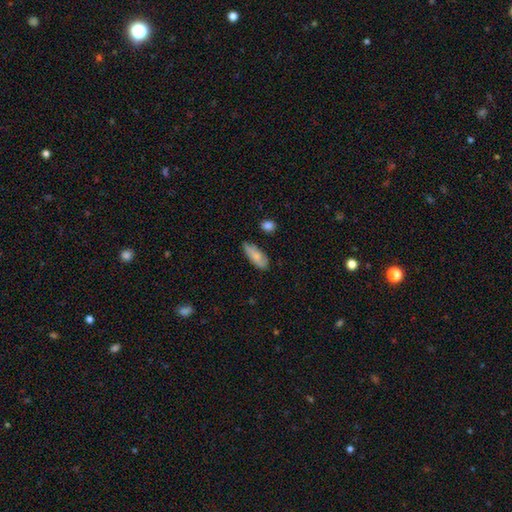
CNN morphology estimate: A smooth galaxy with no disk features (74%) that is in between round and cigar-shaped (79%).

Vote fractions:
- Smooth or featured? smooth: 74% / featured or disk: 19% / star or artifact: 6%
- How rounded? in between: 79% / cigar-shaped: 18% / round: 3%
- Merging? none: 59% / minor disturbance: 32% / major disturbance: 6% / merger: 3%